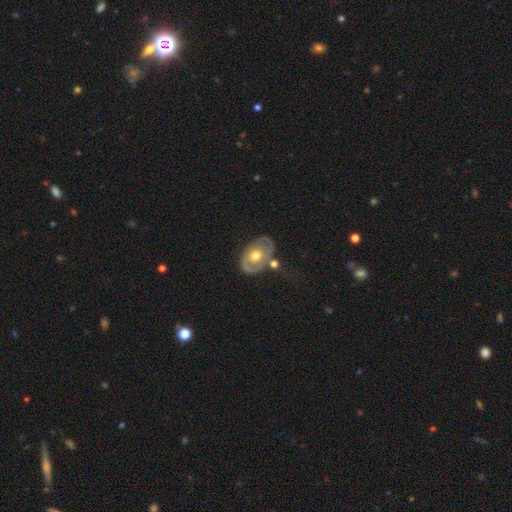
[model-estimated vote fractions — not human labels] Smooth or featured: featured or disk — 64% (smooth — 30%)
Edge-on disk: no — 94% (yes — 6%)
Bar: no — 83% (weak — 13%)
Spiral arms: no — 51% (yes — 49%)
Bulge size: moderate — 76% (small — 13%)
Merging: none — 63% (minor disturbance — 18%)